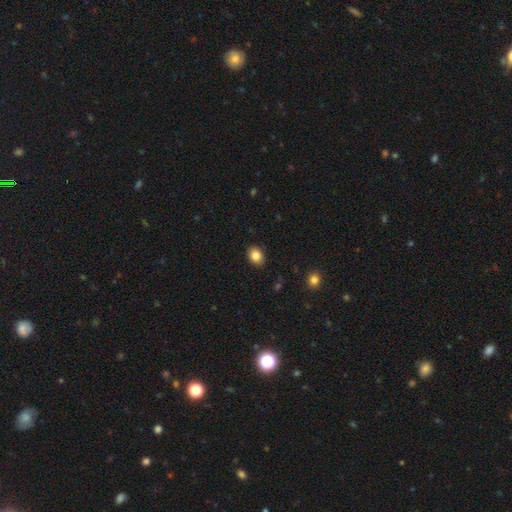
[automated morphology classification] A smooth galaxy with no disk features (84%) that is in between round and cigar-shaped (63%).

Vote fractions:
- Smooth or featured? smooth: 84% / star or artifact: 9% / featured or disk: 7%
- How rounded? in between: 63% / round: 36% / cigar-shaped: 1%
- Merging? none: 89% / minor disturbance: 8% / major disturbance: 2% / merger: 1%